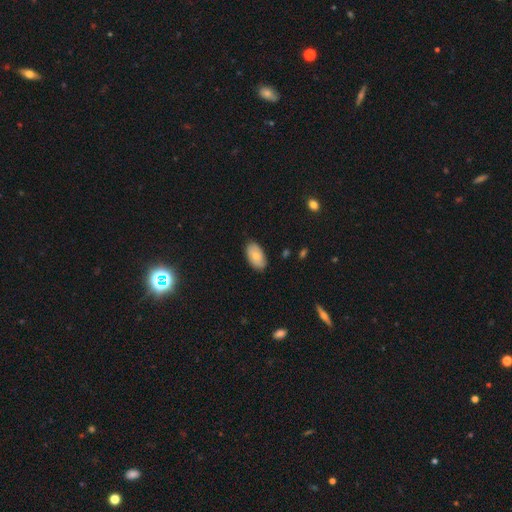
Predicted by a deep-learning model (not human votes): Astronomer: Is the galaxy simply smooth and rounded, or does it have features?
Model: smooth — 73%.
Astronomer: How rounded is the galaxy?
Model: in between — 94%.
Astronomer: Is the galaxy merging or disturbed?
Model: none — 84%.